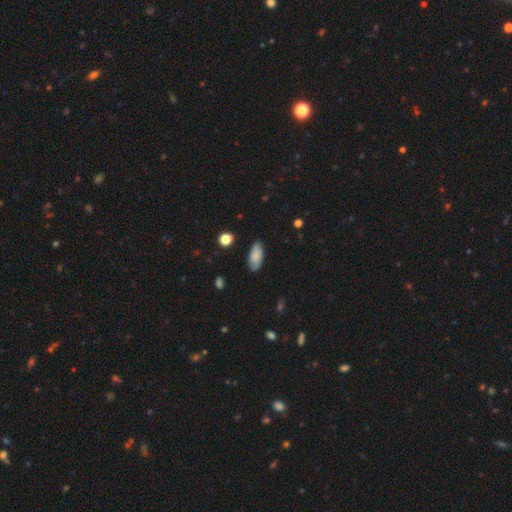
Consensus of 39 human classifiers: A smooth galaxy with no disk features (79%) that is in between round and cigar-shaped (94%).

Vote fractions:
- Smooth or featured? smooth: 79% / featured or disk: 15% / star or artifact: 5%
- How rounded? in between: 94% / round: 3% / cigar-shaped: 3%
- Merging? none: 70% / minor disturbance: 27% / major disturbance: 3% / merger: 0%